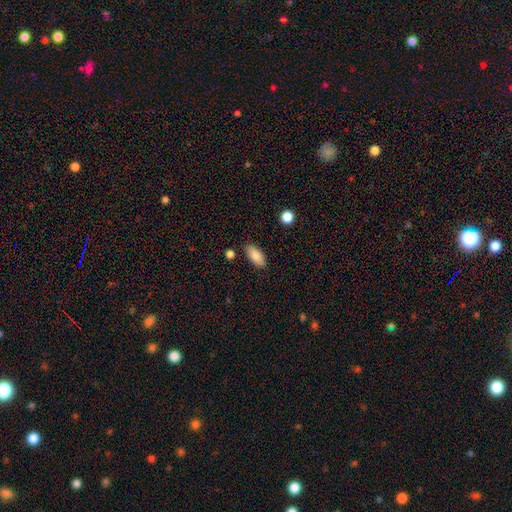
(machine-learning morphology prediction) smooth_or_featured: smooth (p=0.87) [alt: star or artifact p=0.07]
how_rounded: in between (p=0.88) [alt: cigar-shaped p=0.09]
merging: none (p=0.84) [alt: minor disturbance p=0.11]